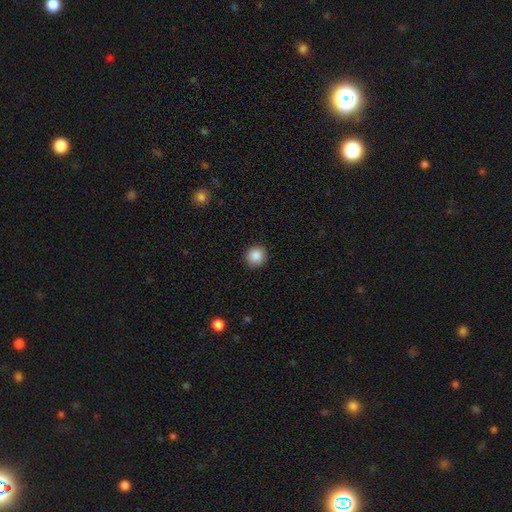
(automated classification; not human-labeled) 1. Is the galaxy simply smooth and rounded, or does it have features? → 88% smooth, 9% star or artifact, 3% featured or disk.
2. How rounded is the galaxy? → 92% round, 7% in between, 1% cigar-shaped.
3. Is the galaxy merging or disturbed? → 91% none, 6% minor disturbance, 2% major disturbance, 1% merger.